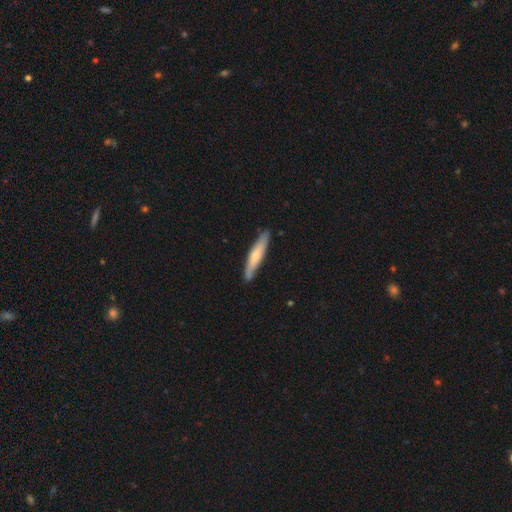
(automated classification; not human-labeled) Q: Smooth or featured?
A: smooth (60%); runner-up: featured or disk (35%)
Q: How rounded?
A: cigar-shaped (90%); runner-up: in between (8%)
Q: Merging?
A: none (86%); runner-up: minor disturbance (11%)